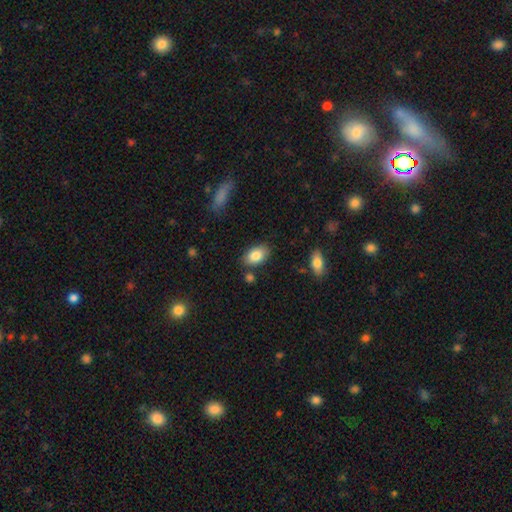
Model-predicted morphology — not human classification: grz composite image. It shows a smooth galaxy with no disk features (84%) that is in between round and cigar-shaped (92%). Merging: none (81%).